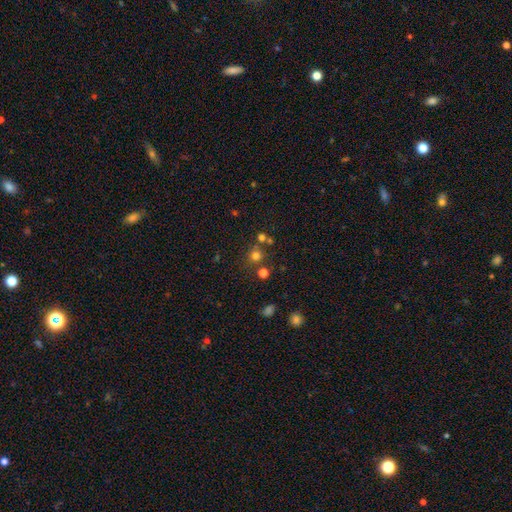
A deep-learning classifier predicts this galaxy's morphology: This is likely a smooth galaxy (69%). How rounded: clearly round (90%). Merging: likely none (70%).